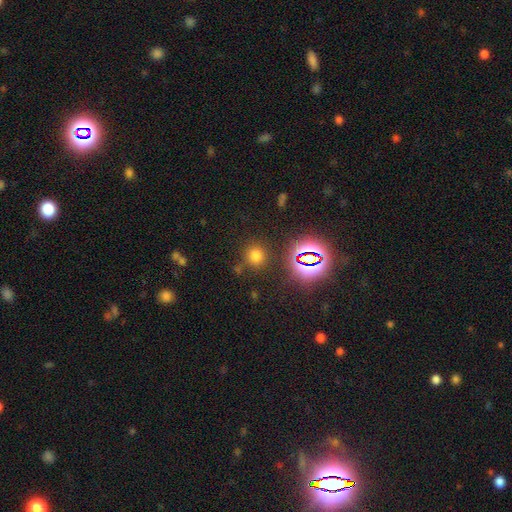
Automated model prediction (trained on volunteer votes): smooth 68%, star or artifact 26%, featured or disk 6%. Down the decision tree: how rounded — round (87%); merging — none (81%).